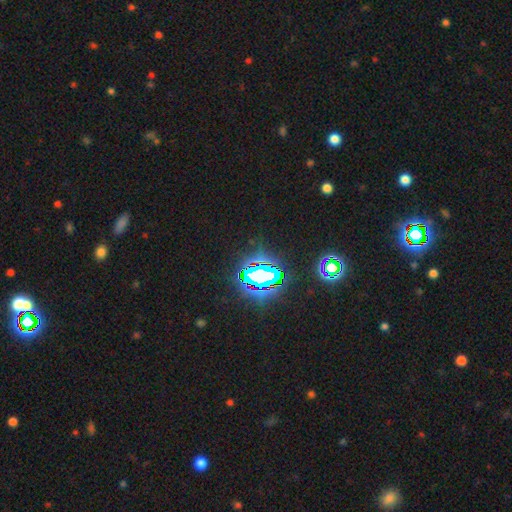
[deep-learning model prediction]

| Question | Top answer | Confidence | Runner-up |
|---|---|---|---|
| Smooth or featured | star or artifact | 82% | smooth (12%) |